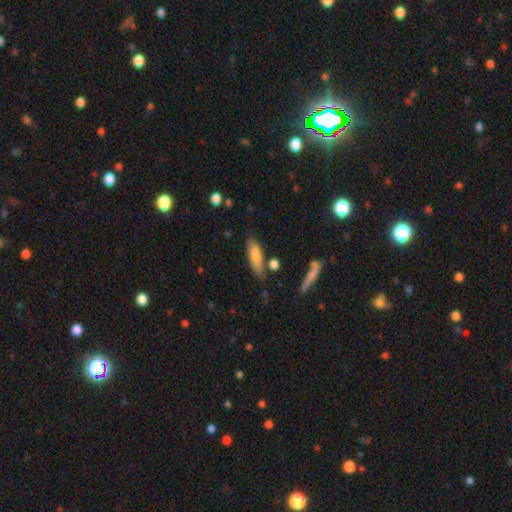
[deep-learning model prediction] A smooth galaxy with no disk features (78%) that is cigar-shaped (54%). Merging: none (69%).